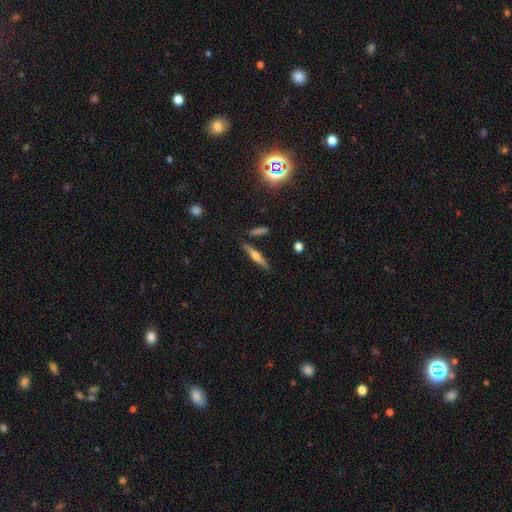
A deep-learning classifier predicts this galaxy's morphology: featured or disk 55%, smooth 37%, star or artifact 7%. Down the decision tree: edge-on disk — yes (96%); edge-on bulge — rounded (87%); merging — none (86%).